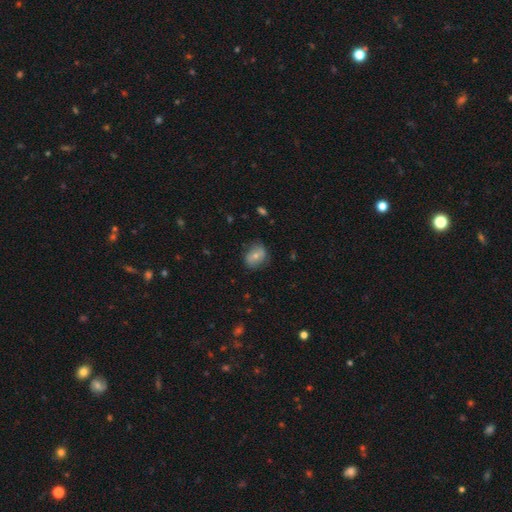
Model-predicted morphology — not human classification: Overall: smooth (57%; featured or disk 34%). How rounded: in between (57%; round 41%). Merging: none (70%).